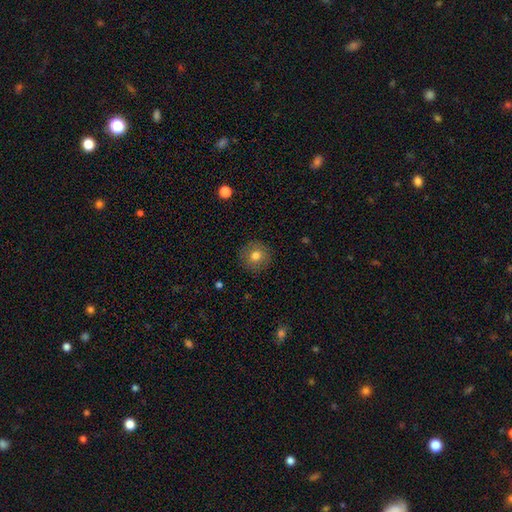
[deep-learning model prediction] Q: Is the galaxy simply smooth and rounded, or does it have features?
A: smooth — 76%.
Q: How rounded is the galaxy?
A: round — 94%.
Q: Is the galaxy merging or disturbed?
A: none — 90%.